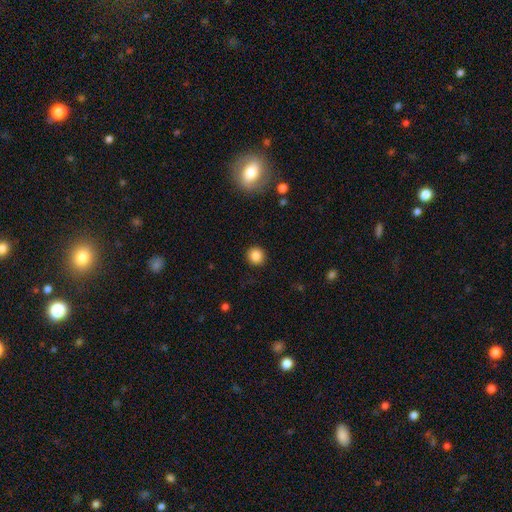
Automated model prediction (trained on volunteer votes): smooth 85%, star or artifact 11%, featured or disk 5%. Down the decision tree: how rounded — round (92%); merging — none (91%).